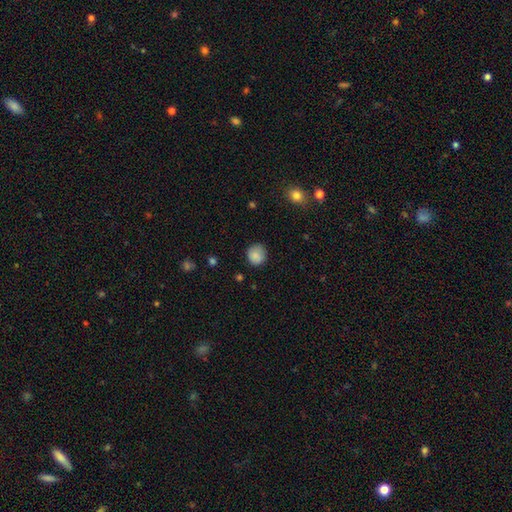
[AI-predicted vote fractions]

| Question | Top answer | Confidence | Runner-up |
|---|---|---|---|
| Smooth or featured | smooth | 85% | star or artifact (9%) |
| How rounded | round | 86% | in between (13%) |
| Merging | none | 79% | minor disturbance (16%) |